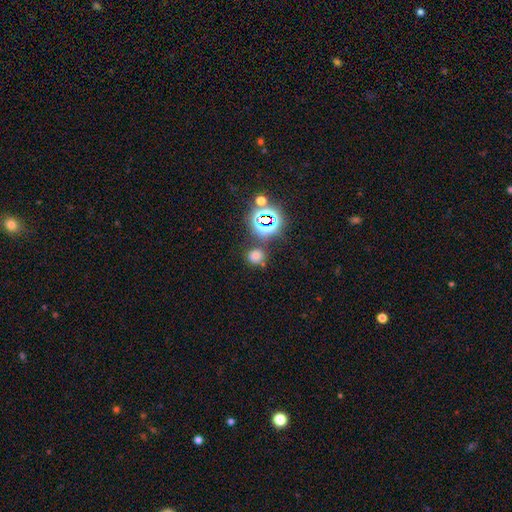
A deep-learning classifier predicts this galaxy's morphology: This is likely a smooth galaxy (63%). How rounded: clearly round (85%). Merging: likely none (78%).